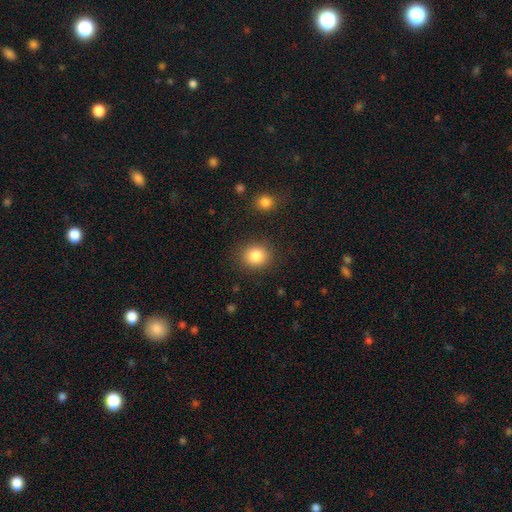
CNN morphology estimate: Smooth or featured? Predicted: smooth (p=0.85). How rounded? Predicted: round (p=0.75). Merging? Predicted: none (p=0.85).